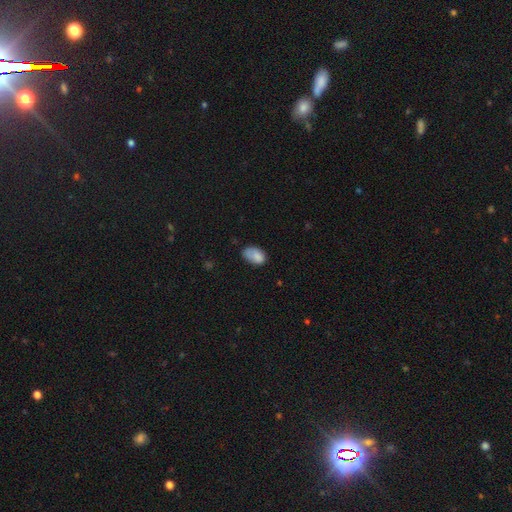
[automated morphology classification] Overall: smooth (81%). How rounded: in between (90%). Merging: none (54%; minor disturbance 31%).